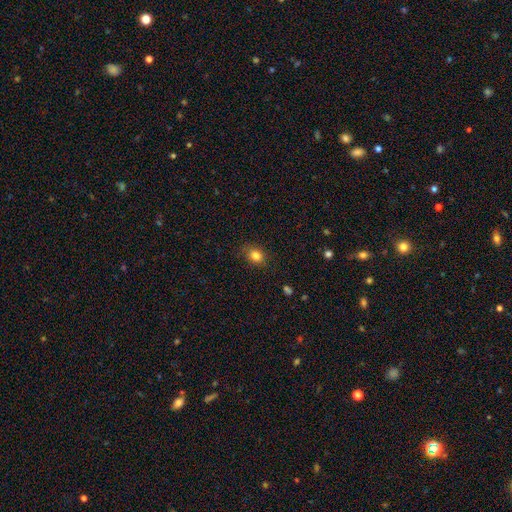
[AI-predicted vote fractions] Smooth or featured: smooth — 82% (star or artifact — 12%)
How rounded: round — 55% (in between — 44%)
Merging: none — 81% (minor disturbance — 15%)